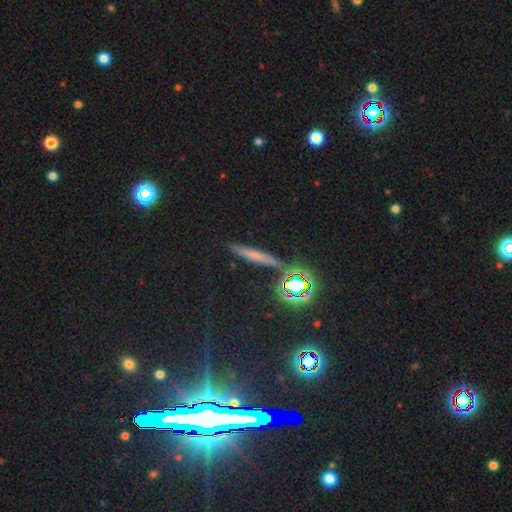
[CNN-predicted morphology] The model was most divided on "smooth or featured": smooth: 46%, star or artifact: 30%, featured or disk: 24%. More confident: merging — none (83%).